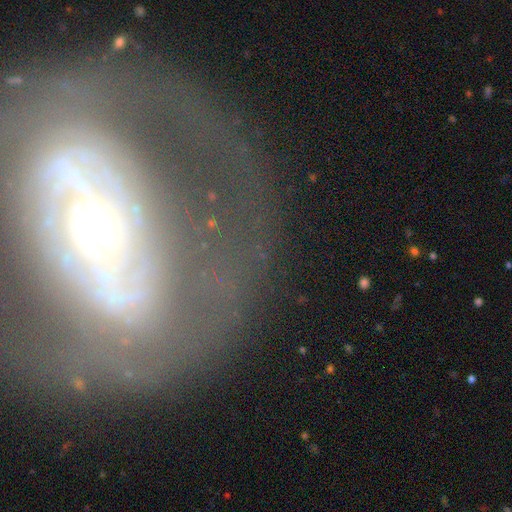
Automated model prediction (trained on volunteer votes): featured or disk 78%, smooth 14%, star or artifact 8%. Down the decision tree: edge-on disk — no (94%); bar — no (58%); spiral arms — yes (72%); spiral arm count — 2 (43%); spiral winding — tight (51%); bulge size — small (49%); merging — none (55%).